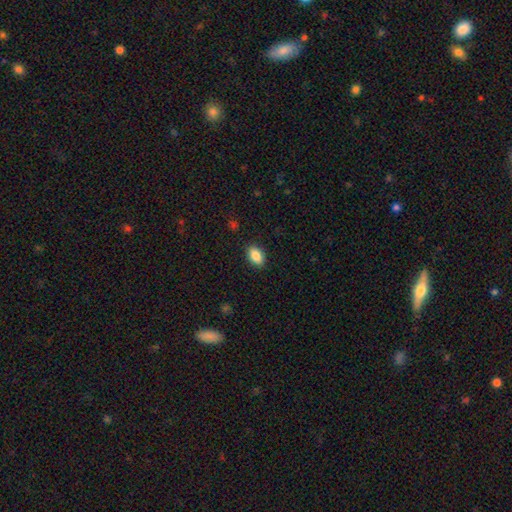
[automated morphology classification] smooth-or-featured: smooth: 87% | star or artifact: 8% | featured or disk: 5%
  how-rounded: in between: 89% | round: 9% | cigar-shaped: 2%
  merging: none: 88% | minor disturbance: 9% | major disturbance: 2% | merger: 1%